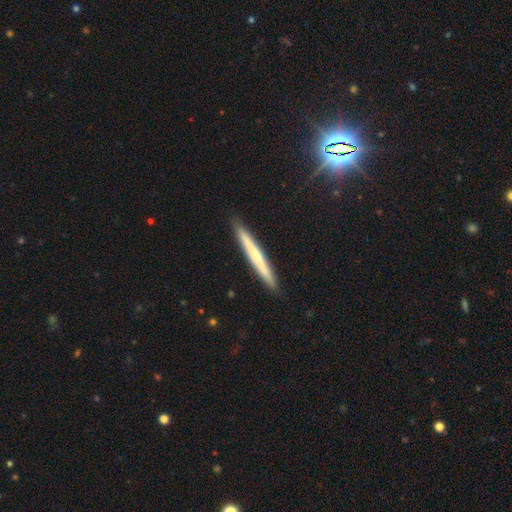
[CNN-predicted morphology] This is possibly a smooth galaxy (48%). Merging: clearly none (92%).